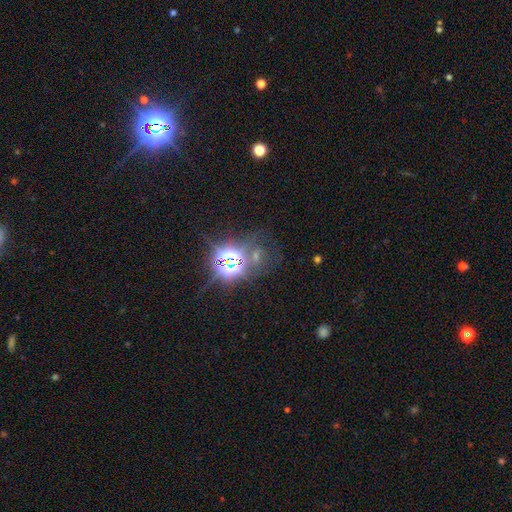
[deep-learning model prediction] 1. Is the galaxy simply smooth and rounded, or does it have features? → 76% star or artifact, 16% smooth, 8% featured or disk.